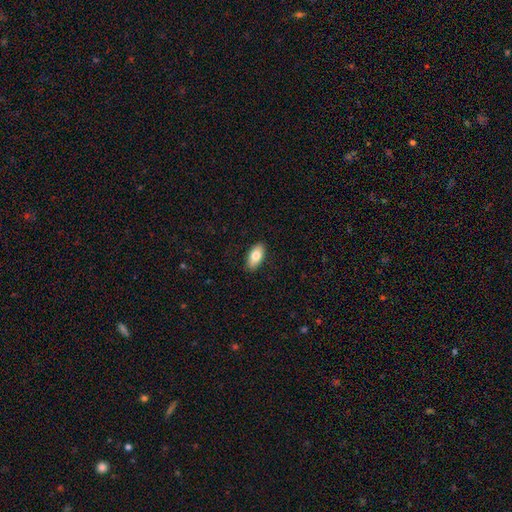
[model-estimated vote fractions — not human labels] smooth_or_featured: smooth (p=0.79) [alt: featured or disk p=0.15]
how_rounded: in between (p=0.90) [alt: cigar-shaped p=0.07]
merging: none (p=0.90) [alt: minor disturbance p=0.08]